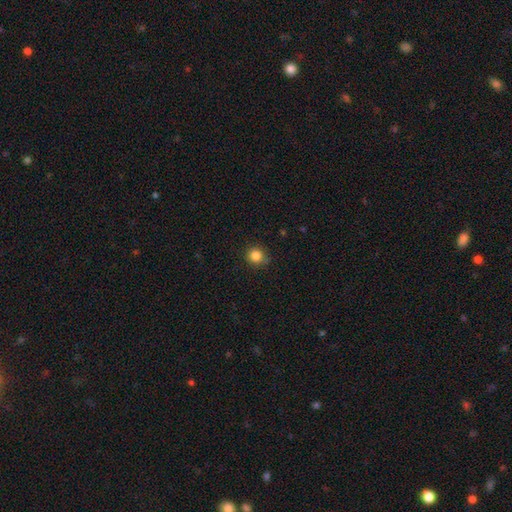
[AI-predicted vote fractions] This is clearly a smooth galaxy (84%). How rounded: clearly round (90%). Merging: clearly none (84%).